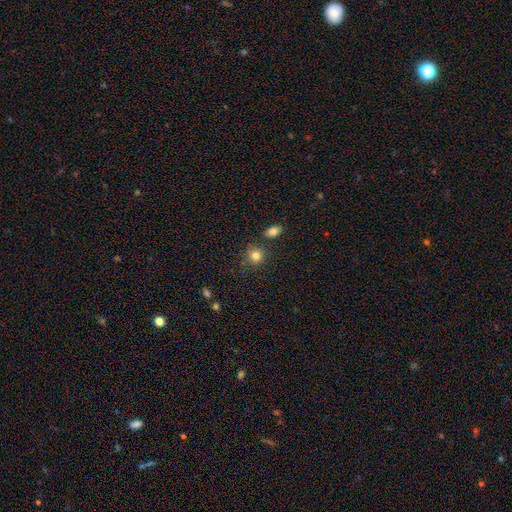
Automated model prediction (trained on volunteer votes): A smooth galaxy with no disk features (82%) that is round (84%).

Vote fractions:
- Smooth or featured? smooth: 82% / star or artifact: 11% / featured or disk: 7%
- How rounded? round: 84% / in between: 15% / cigar-shaped: 1%
- Merging? none: 77% / minor disturbance: 12% / merger: 8% / major disturbance: 4%